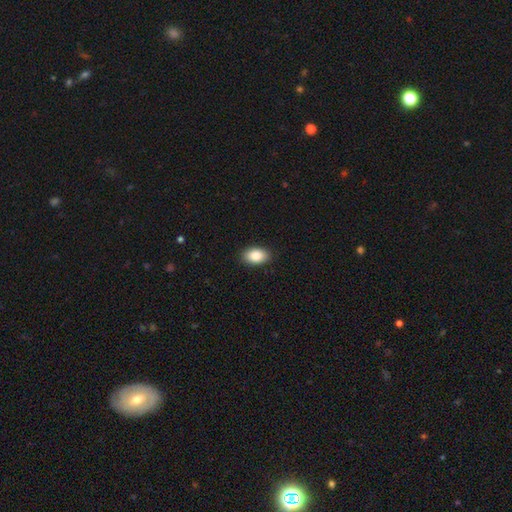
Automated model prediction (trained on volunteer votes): Smooth or featured?
  - smooth: 86% *
  - star or artifact: 7%
  - featured or disk: 6%
How rounded?
  - in between: 90% *
  - round: 9%
  - cigar-shaped: 1%
Merging?
  - none: 90% *
  - minor disturbance: 8%
  - major disturbance: 2%
  - merger: 1%